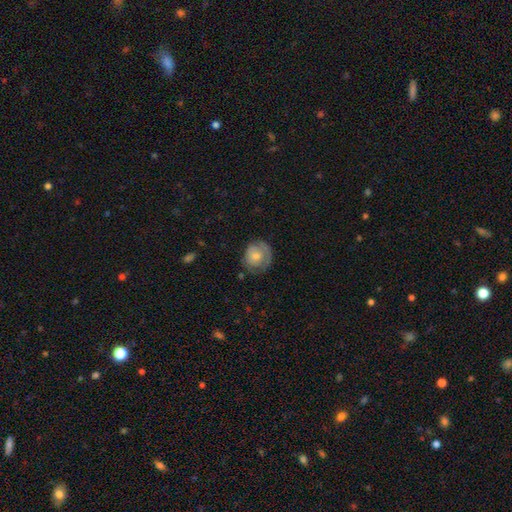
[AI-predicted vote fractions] This is possibly a smooth galaxy (59%). How rounded: likely round (76%). Merging: likely none (62%).